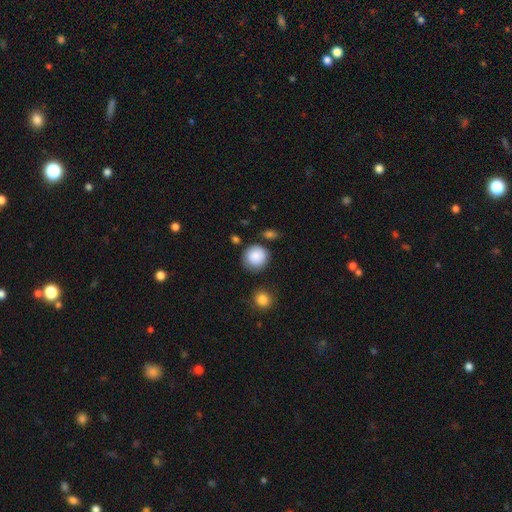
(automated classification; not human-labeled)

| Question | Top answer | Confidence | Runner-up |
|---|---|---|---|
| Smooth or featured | smooth | 85% | featured or disk (8%) |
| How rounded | round | 92% | in between (7%) |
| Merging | none | 76% | minor disturbance (16%) |